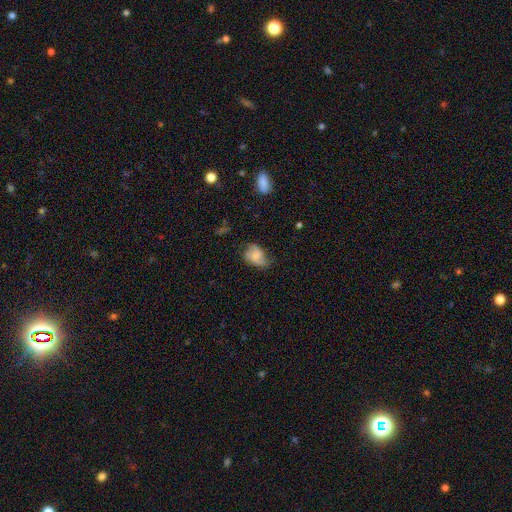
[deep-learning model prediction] A smooth galaxy with no disk features (64%) that is in between round and cigar-shaped (75%).

Vote fractions:
- Smooth or featured? smooth: 64% / featured or disk: 27% / star or artifact: 9%
- How rounded? in between: 75% / round: 23% / cigar-shaped: 1%
- Merging? none: 43% / minor disturbance: 39% / major disturbance: 16% / merger: 2%